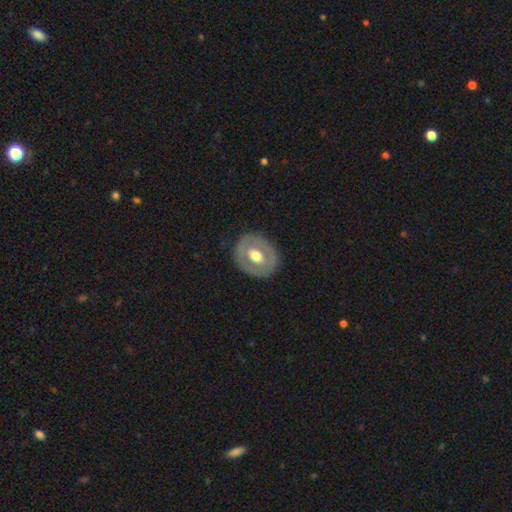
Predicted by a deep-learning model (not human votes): Smooth or featured? featured or disk (50%)
Edge-on disk? no (94%)
Merging? none (82%)